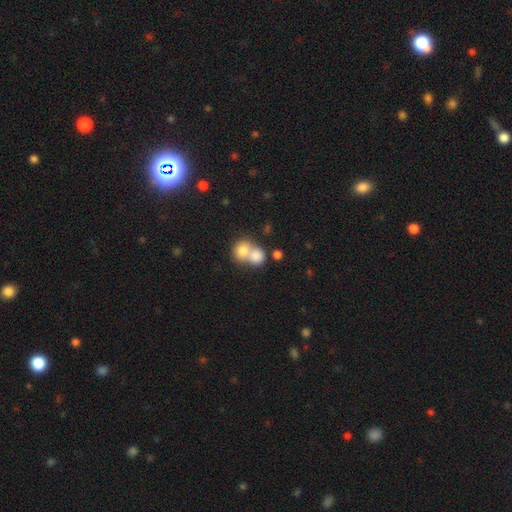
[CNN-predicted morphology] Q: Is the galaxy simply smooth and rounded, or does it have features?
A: smooth — 79%.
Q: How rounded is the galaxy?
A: round — 73%.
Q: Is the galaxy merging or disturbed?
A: merger — 67%.